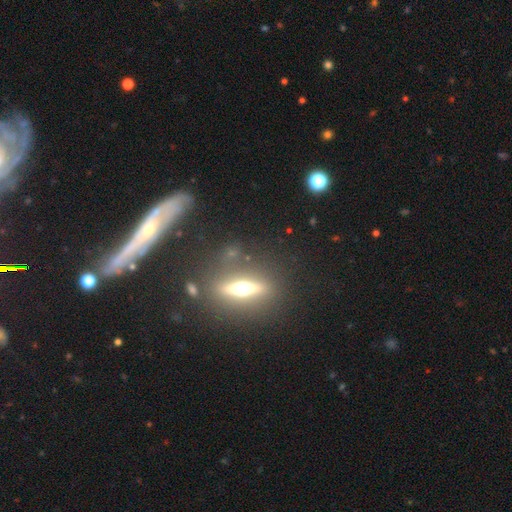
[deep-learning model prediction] Smooth or featured: featured or disk — 58% (smooth — 26%)
Edge-on disk: yes — 72% (no — 28%)
Merging: none — 69% (minor disturbance — 14%)